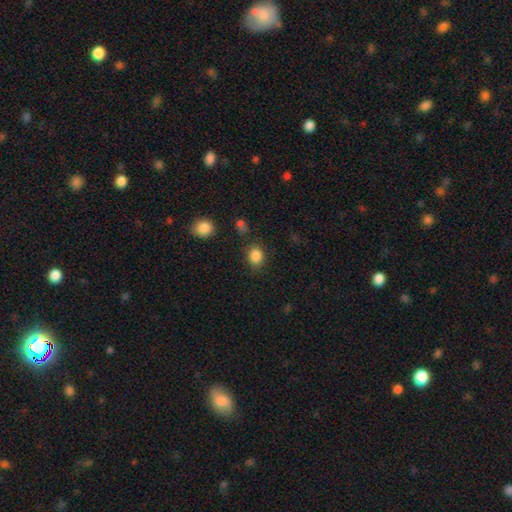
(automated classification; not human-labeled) Overall: smooth (86%). How rounded: round (53%; in between 46%). Merging: none (79%).